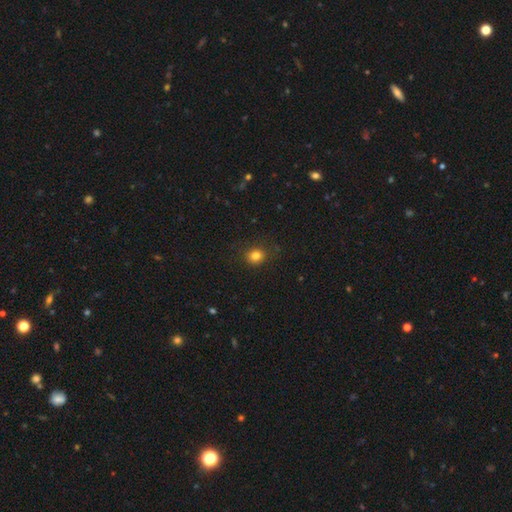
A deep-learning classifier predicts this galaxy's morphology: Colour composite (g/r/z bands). It shows a smooth galaxy with no disk features (82%) that is round (77%). Merging: none (86%).